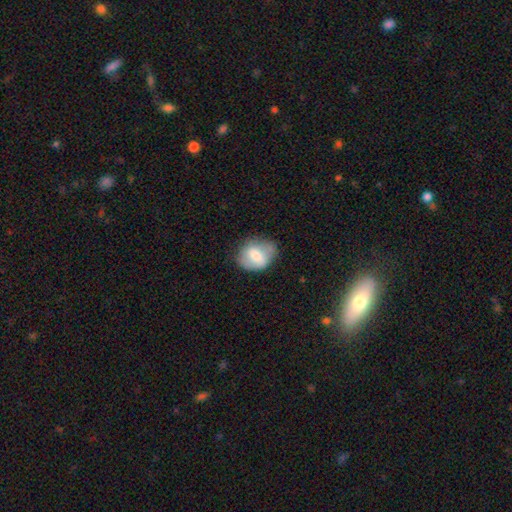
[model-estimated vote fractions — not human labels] smooth_or_featured: smooth (p=0.65) [alt: featured or disk p=0.28]
how_rounded: in between (p=0.62) [alt: round p=0.37]
merging: none (p=0.60) [alt: minor disturbance p=0.29]